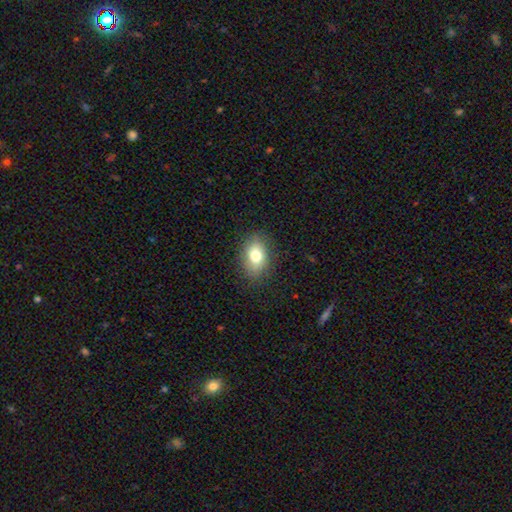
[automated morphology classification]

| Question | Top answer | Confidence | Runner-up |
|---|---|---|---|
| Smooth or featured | smooth | 77% | featured or disk (14%) |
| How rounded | in between | 82% | round (17%) |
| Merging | none | 85% | minor disturbance (11%) |